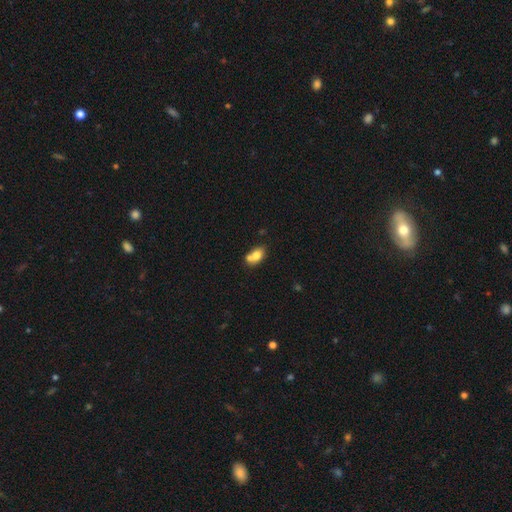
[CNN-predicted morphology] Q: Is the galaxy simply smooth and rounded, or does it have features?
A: smooth — 74%.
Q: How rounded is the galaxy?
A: in between — 75%.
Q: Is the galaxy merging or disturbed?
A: merger — 45%.